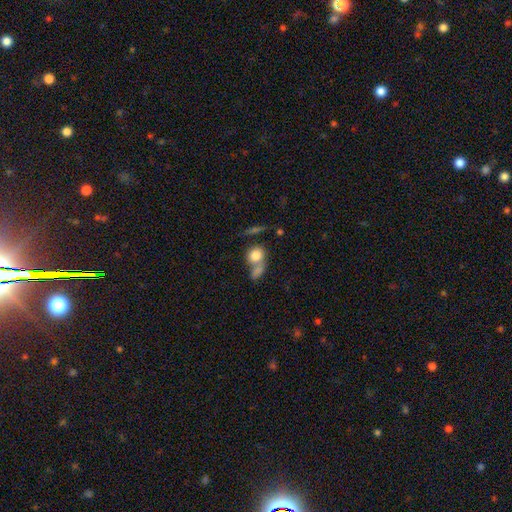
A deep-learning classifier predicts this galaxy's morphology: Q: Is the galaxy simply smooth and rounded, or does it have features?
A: smooth — 79%.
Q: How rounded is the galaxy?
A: round — 66%.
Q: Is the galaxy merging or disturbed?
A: merger — 46%.